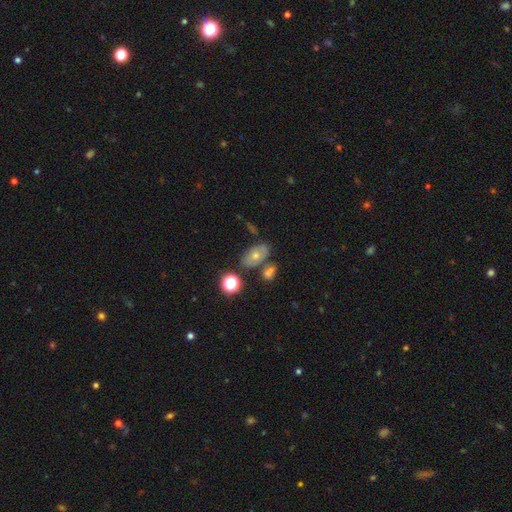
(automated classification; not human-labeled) A smooth galaxy with no disk features (50%) that is in between round and cigar-shaped (81%). Merging: none (64%).